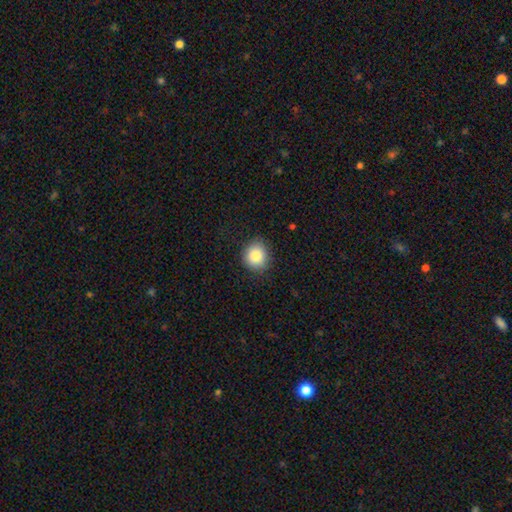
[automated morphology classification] smooth 84%, star or artifact 9%, featured or disk 7%. Down the decision tree: how rounded — round (80%); merging — none (85%).